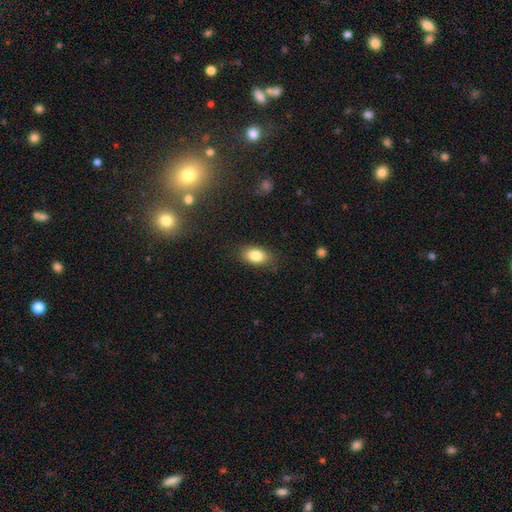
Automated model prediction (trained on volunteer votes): Overall: smooth (84%). How rounded: in between (89%). Merging: none (84%).